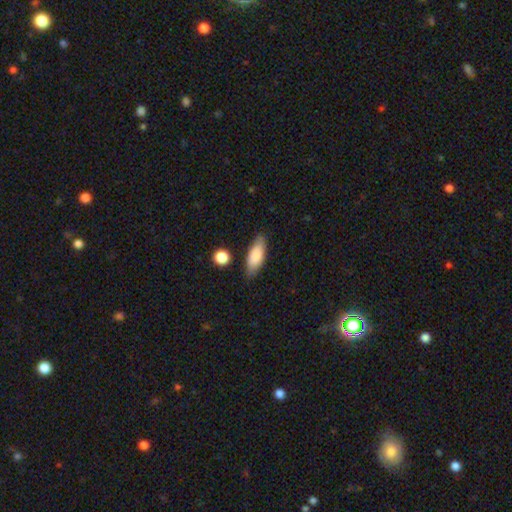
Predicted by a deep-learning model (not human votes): The model was most divided on "how rounded": in between: 74%, cigar-shaped: 24%, round: 2%. More confident: smooth or featured — smooth (81%); merging — none (78%).